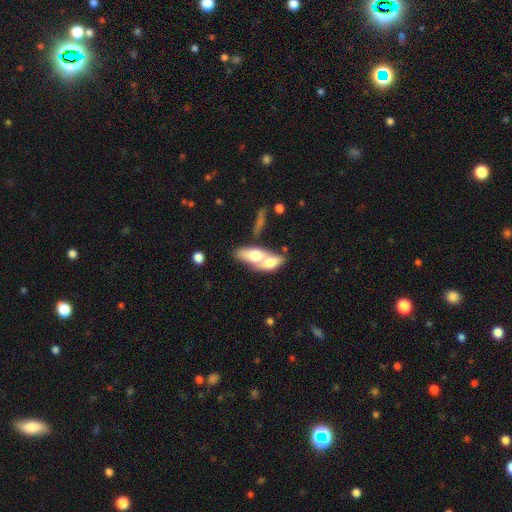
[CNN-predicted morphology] Smooth or featured? smooth (62%)
How rounded? in between (77%)
Merging? merger (72%)